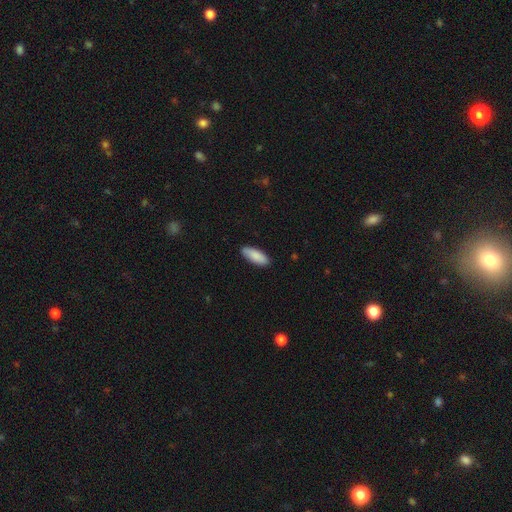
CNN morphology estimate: Q: Smooth or featured?
A: smooth (89%); runner-up: featured or disk (6%)
Q: How rounded?
A: in between (73%); runner-up: cigar-shaped (25%)
Q: Merging?
A: none (88%); runner-up: minor disturbance (9%)